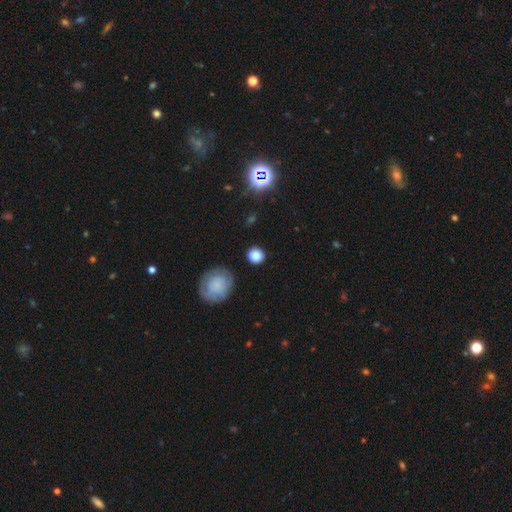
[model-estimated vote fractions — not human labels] This appears to be a smooth galaxy with no disk features (83%) that is round (91%). Merging: none (87%).